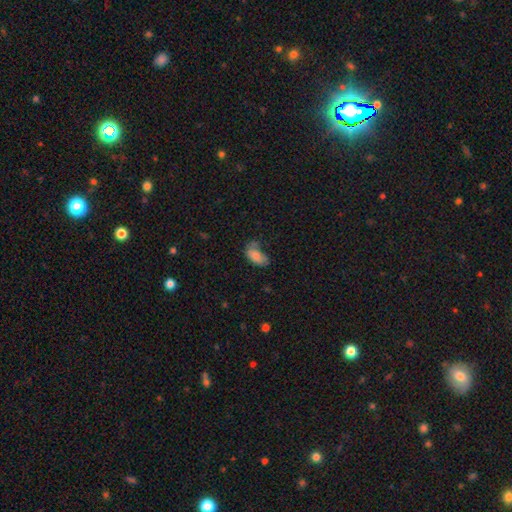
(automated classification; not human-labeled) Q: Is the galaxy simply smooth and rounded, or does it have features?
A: smooth — 76%.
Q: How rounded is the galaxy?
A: in between — 92%.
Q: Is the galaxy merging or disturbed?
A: none — 39%.